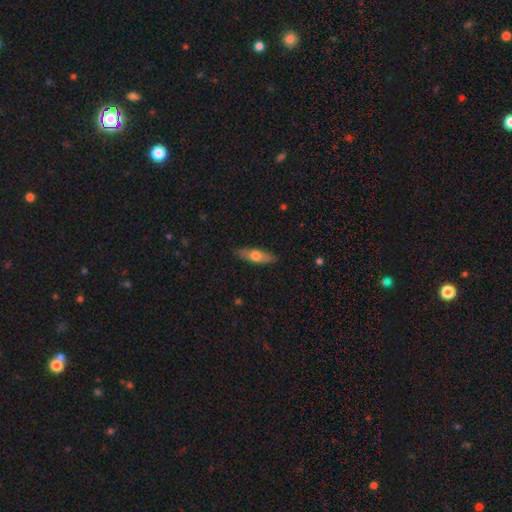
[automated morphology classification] Smooth or featured? Predicted: smooth (p=0.57). How rounded? Predicted: cigar-shaped (p=0.53). Merging? Predicted: none (p=0.85).